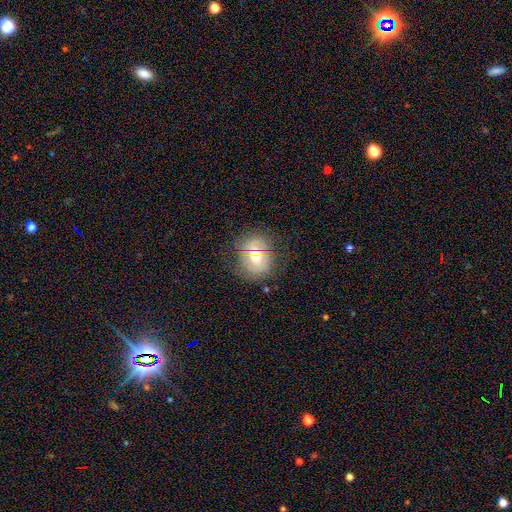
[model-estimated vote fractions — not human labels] Smooth or featured? smooth (56%)
How rounded? round (71%)
Merging? none (77%)